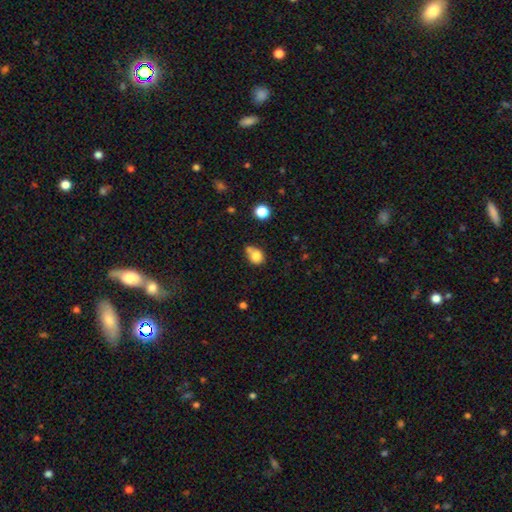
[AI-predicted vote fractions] Q: Smooth or featured?
A: smooth (81%); runner-up: star or artifact (11%)
Q: How rounded?
A: round (61%); runner-up: in between (38%)
Q: Merging?
A: none (48%); runner-up: merger (29%)